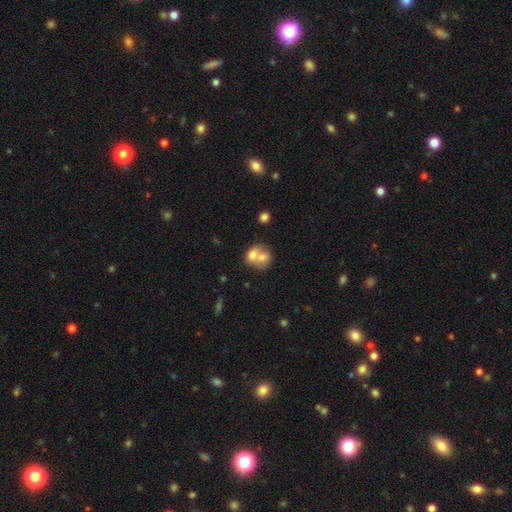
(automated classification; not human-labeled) This appears to be a smooth galaxy with no disk features (67%) that is round (55%). Merging: merger (70%).